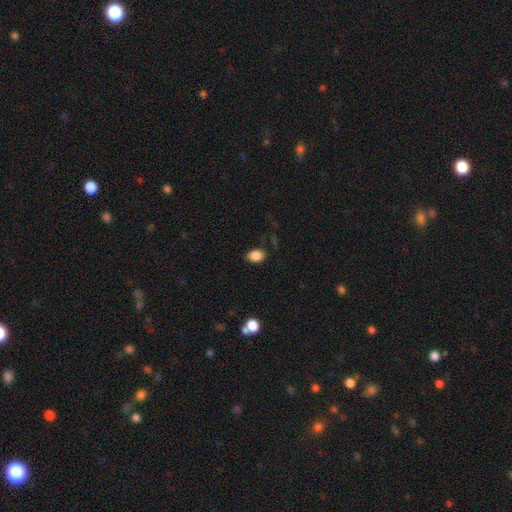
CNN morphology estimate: smooth_or_featured: smooth (p=0.86) [alt: star or artifact p=0.09]
how_rounded: in between (p=0.73) [alt: round p=0.26]
merging: none (p=0.82) [alt: minor disturbance p=0.13]